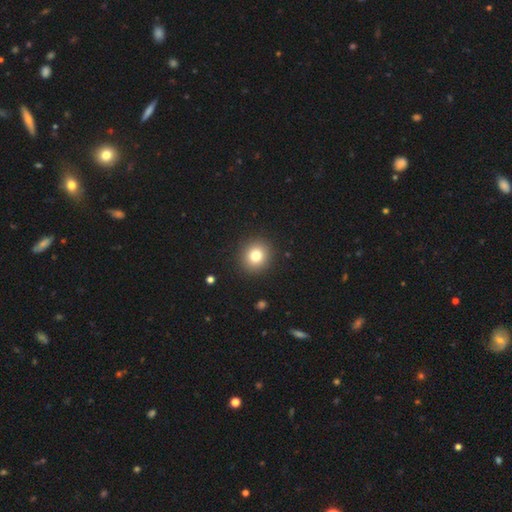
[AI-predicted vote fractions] Smooth or featured? Predicted: smooth (p=0.80). How rounded? Predicted: round (p=0.88). Merging? Predicted: none (p=0.92).